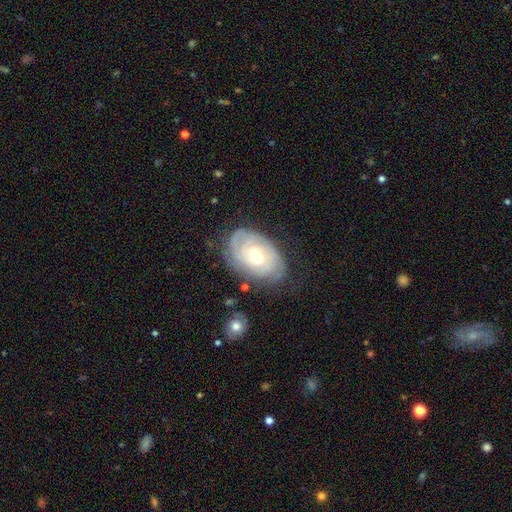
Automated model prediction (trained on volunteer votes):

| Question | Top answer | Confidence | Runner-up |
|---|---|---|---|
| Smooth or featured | featured or disk | 79% | smooth (15%) |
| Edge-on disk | no | 96% | yes (4%) |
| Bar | no | 55% | weak (38%) |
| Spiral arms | yes | 92% | no (8%) |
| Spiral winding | tight | 77% | medium (18%) |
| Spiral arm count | can't tell | 44% | 2 (22%) |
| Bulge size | moderate | 63% | small (32%) |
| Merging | none | 73% | minor disturbance (19%) |